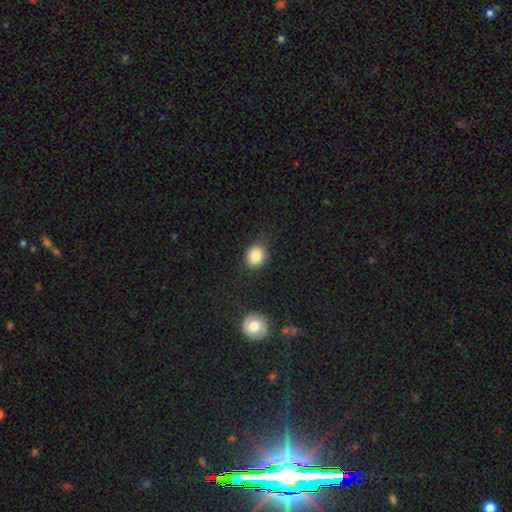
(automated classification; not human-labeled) Smooth or featured: smooth — 82% (star or artifact — 10%)
How rounded: round — 69% (in between — 30%)
Merging: none — 81% (minor disturbance — 14%)